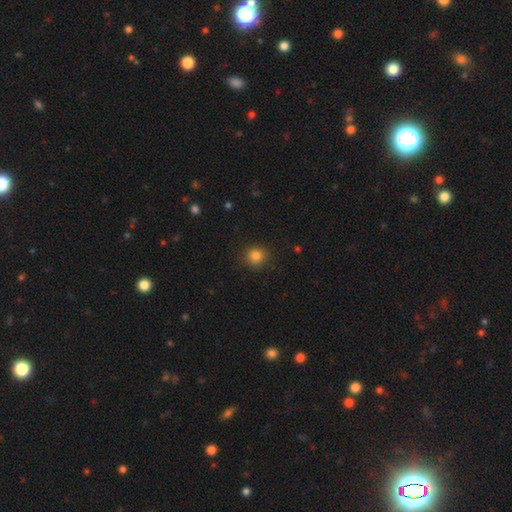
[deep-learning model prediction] smooth-or-featured: smooth: 83% | star or artifact: 12% | featured or disk: 5%
  how-rounded: round: 91% | in between: 8% | cigar-shaped: 1%
  merging: none: 89% | minor disturbance: 7% | major disturbance: 2% | merger: 1%